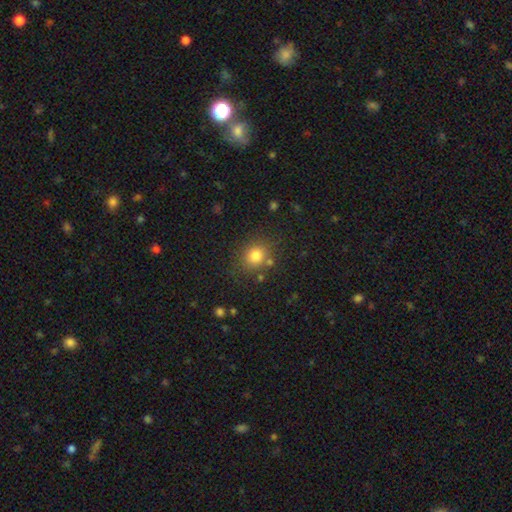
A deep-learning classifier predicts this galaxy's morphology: A smooth galaxy with no disk features (80%) that is round (74%). Merging: none (77%).